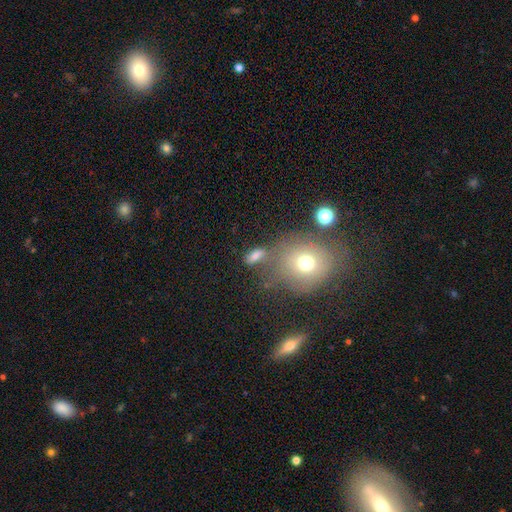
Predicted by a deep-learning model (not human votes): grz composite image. It shows a smooth galaxy with no disk features (65%) that is in between round and cigar-shaped (61%). Merging: none (60%).